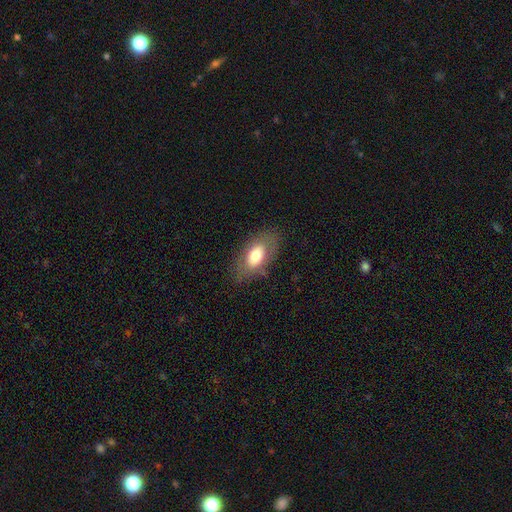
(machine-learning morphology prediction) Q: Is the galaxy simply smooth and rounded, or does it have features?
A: smooth — 69%.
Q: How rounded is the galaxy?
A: in between — 90%.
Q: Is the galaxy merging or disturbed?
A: none — 77%.